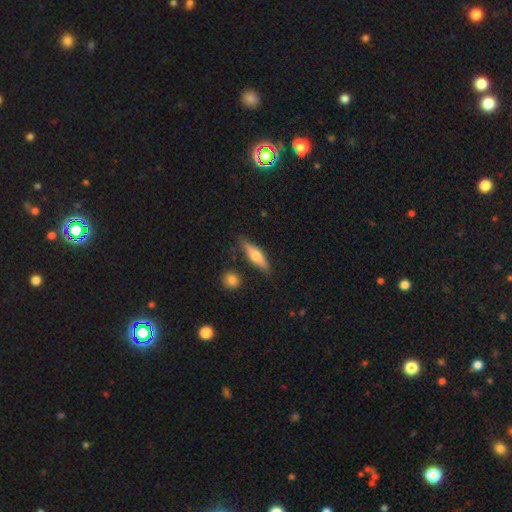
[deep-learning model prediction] A smooth galaxy with no disk features (50%) that is cigar-shaped (69%).

Vote fractions:
- Smooth or featured? smooth: 50% / featured or disk: 44% / star or artifact: 6%
- How rounded? cigar-shaped: 69% / in between: 28% / round: 3%
- Merging? none: 82% / minor disturbance: 12% / merger: 3% / major disturbance: 3%